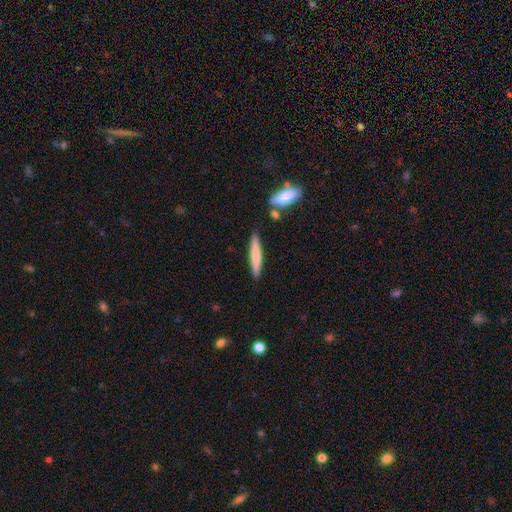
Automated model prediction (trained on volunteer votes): Overall: smooth (69%). How rounded: cigar-shaped (93%). Merging: none (84%).